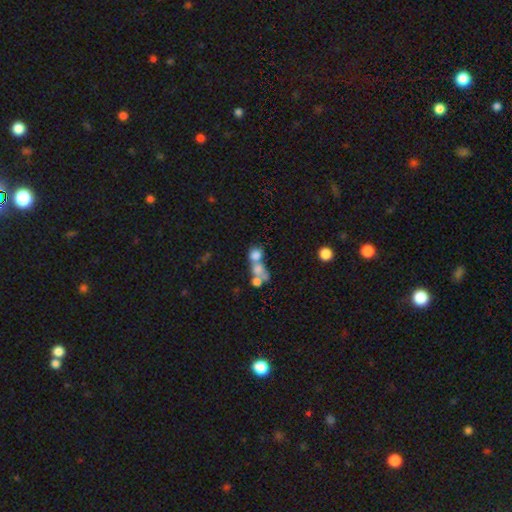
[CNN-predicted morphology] smooth-or-featured: smooth: 64% | featured or disk: 23% | star or artifact: 13%
  how-rounded: round: 61% | in between: 36% | cigar-shaped: 3%
  merging: merger: 62% | none: 22% | major disturbance: 9% | minor disturbance: 7%